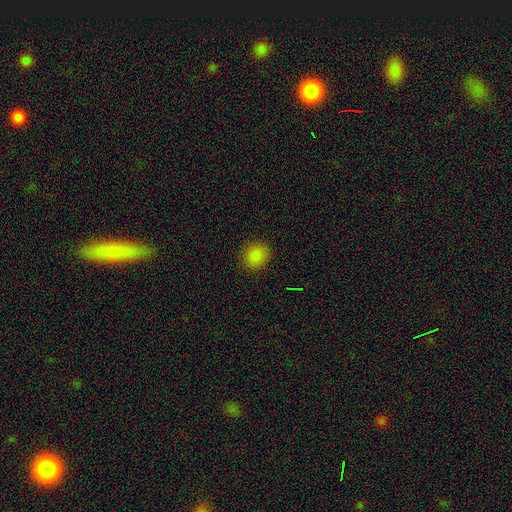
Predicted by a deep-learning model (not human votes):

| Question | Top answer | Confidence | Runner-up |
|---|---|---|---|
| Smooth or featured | smooth | 84% | star or artifact (13%) |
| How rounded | round | 79% | in between (20%) |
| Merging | none | 89% | minor disturbance (8%) |